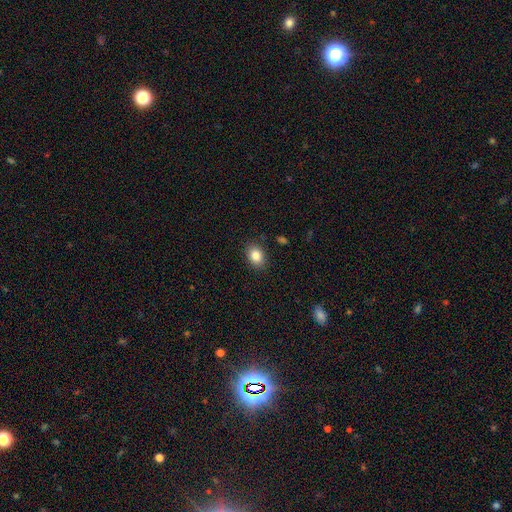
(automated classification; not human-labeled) Overall: smooth (85%). How rounded: in between (67%; round 32%). Merging: none (87%).